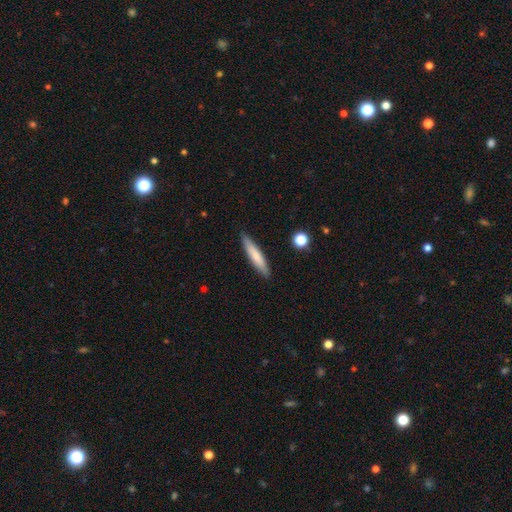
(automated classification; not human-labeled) Q: Smooth or featured?
A: smooth (74%); runner-up: featured or disk (21%)
Q: How rounded?
A: cigar-shaped (88%); runner-up: in between (11%)
Q: Merging?
A: none (89%); runner-up: minor disturbance (9%)